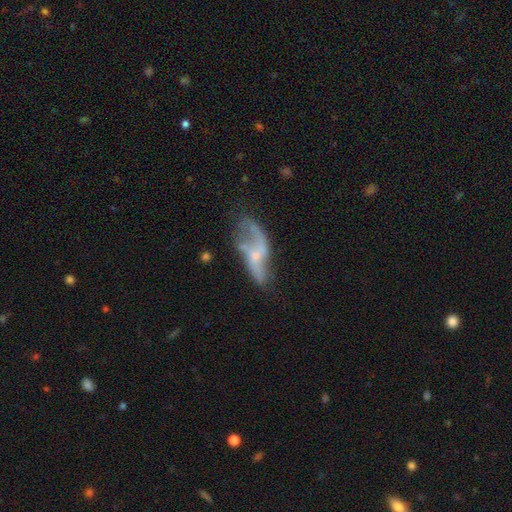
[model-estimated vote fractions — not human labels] smooth_or_featured: featured or disk (p=0.71) [alt: smooth p=0.21]
disk_edge_on: no (p=0.91) [alt: yes p=0.09]
bar: no (p=0.69) [alt: weak p=0.25]
has_spiral_arms: yes (p=0.72) [alt: no p=0.28]
bulge_size: small (p=0.64) [alt: moderate p=0.22]
merging: none (p=0.37) [alt: major disturbance p=0.27]